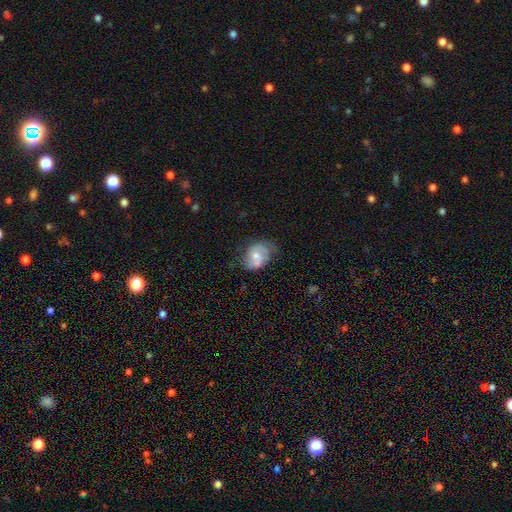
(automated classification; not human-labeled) This appears to be a featured or disk galaxy (60%) with no bar (49%), spiral arms (82%) and a moderate central bulge (57%). Merging: none (57%).